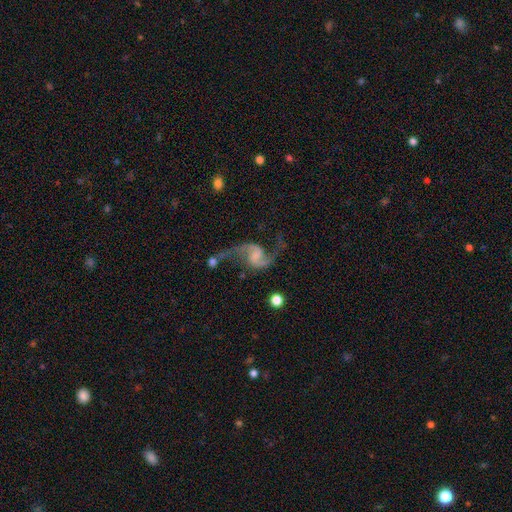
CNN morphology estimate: Overall: featured or disk (91%). Edge-on disk: no (98%). Bar: weak (45%; no 42%). Spiral arms: yes (97%). Spiral arm count: 2 (94%). Spiral winding: loose (78%). Bulge size: none (51%; small 24%). Merging: none (55%; minor disturbance 17%).